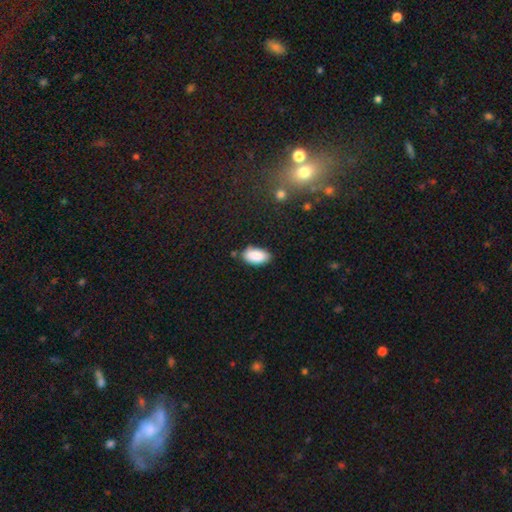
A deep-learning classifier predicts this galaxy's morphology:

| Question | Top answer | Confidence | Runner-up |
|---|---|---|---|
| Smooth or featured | smooth | 89% | star or artifact (7%) |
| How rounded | in between | 95% | round (3%) |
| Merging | none | 76% | minor disturbance (18%) |